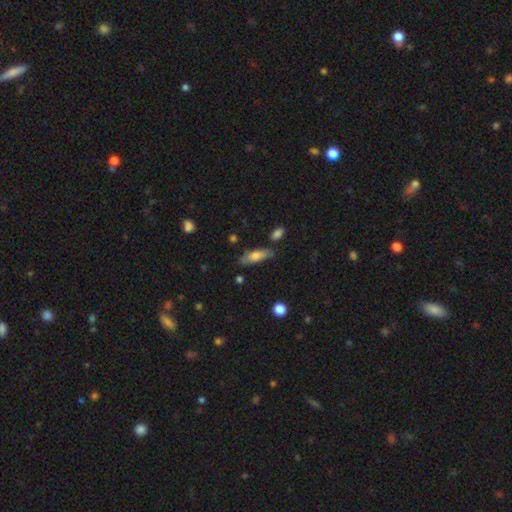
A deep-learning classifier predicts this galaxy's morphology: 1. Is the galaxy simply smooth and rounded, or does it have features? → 70% smooth, 24% featured or disk, 7% star or artifact.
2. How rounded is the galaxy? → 60% in between, 38% cigar-shaped, 3% round.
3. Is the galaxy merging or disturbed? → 66% none, 23% minor disturbance, 5% merger, 5% major disturbance.